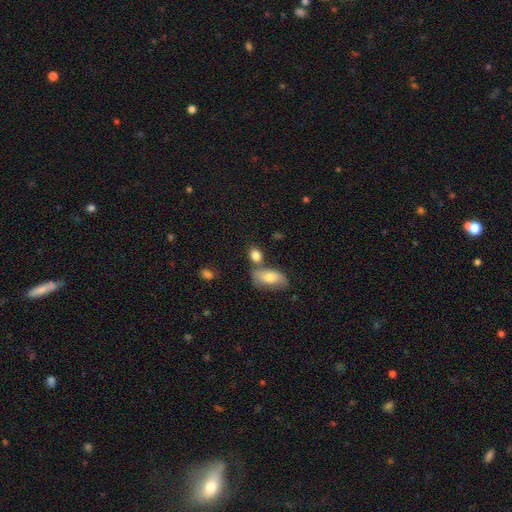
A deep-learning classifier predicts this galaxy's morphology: Q: Smooth or featured?
A: smooth (83%); runner-up: featured or disk (9%)
Q: How rounded?
A: in between (69%); runner-up: round (28%)
Q: Merging?
A: none (53%); runner-up: merger (29%)